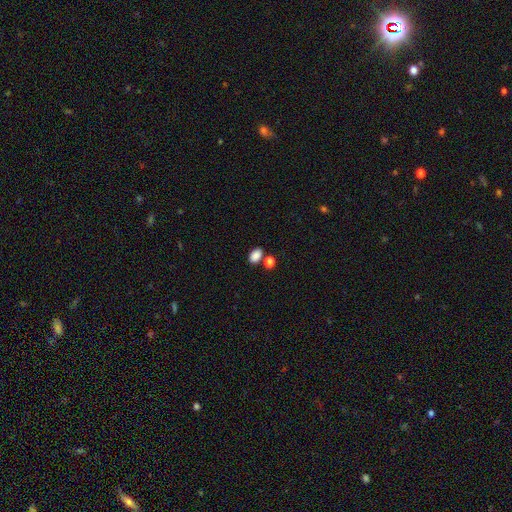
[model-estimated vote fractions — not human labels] This is clearly a smooth galaxy (86%). How rounded: clearly in between (82%). Merging: likely none (68%).